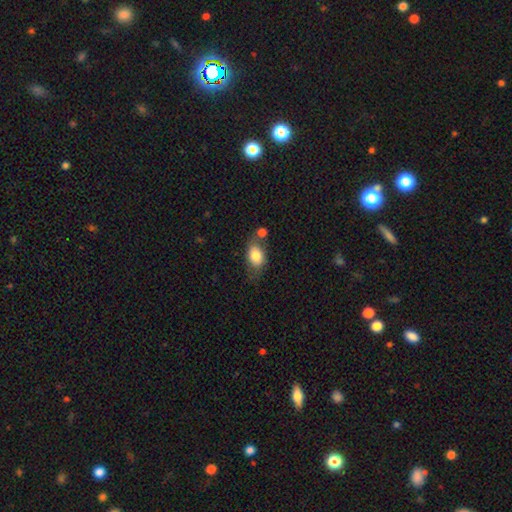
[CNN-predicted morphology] Overall: smooth (80%). How rounded: in between (76%). Merging: none (51%; minor disturbance 21%).